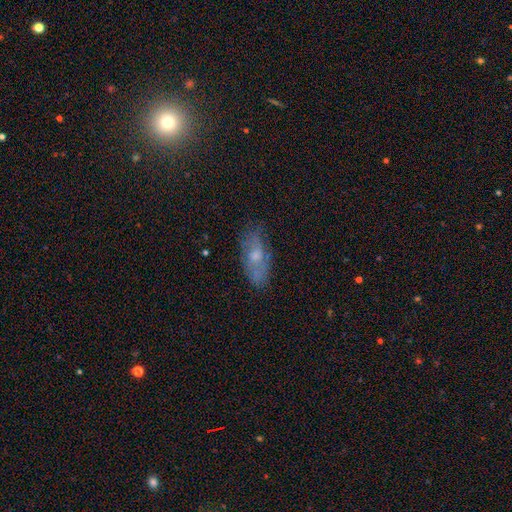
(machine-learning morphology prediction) Q: Smooth or featured?
A: featured or disk (45%); runner-up: smooth (42%)
Q: Merging?
A: none (72%); runner-up: minor disturbance (20%)